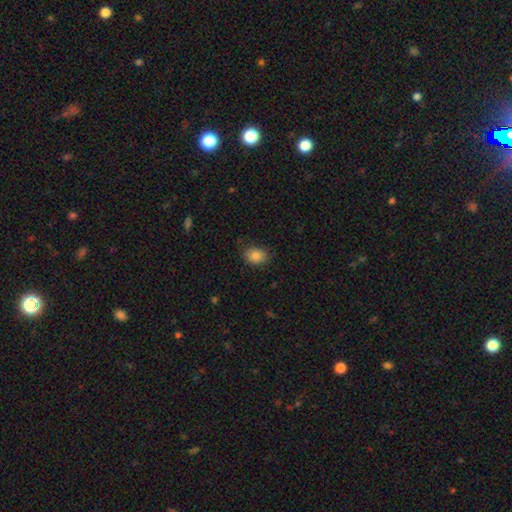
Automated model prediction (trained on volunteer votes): Overall: smooth (85%). How rounded: in between (71%). Merging: none (81%).